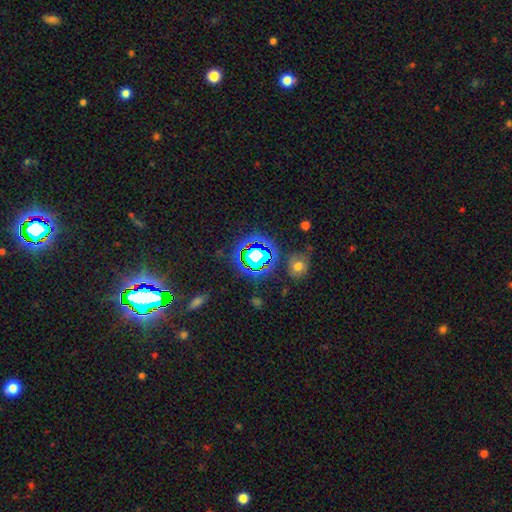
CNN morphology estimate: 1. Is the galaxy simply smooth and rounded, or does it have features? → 68% star or artifact, 21% smooth, 11% featured or disk.